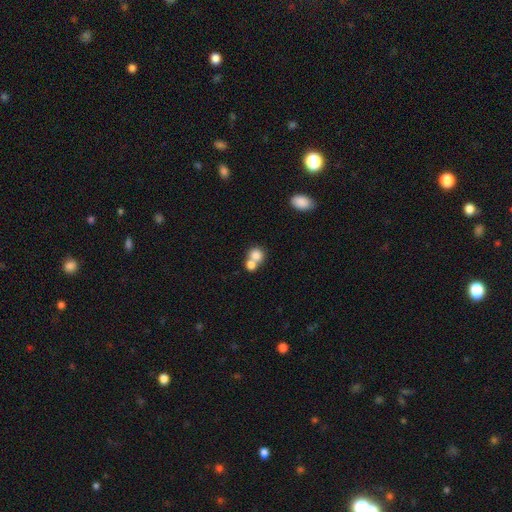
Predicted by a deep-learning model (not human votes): This is likely a smooth galaxy (79%). How rounded: likely round (75%). Merging: possibly merger (58%).